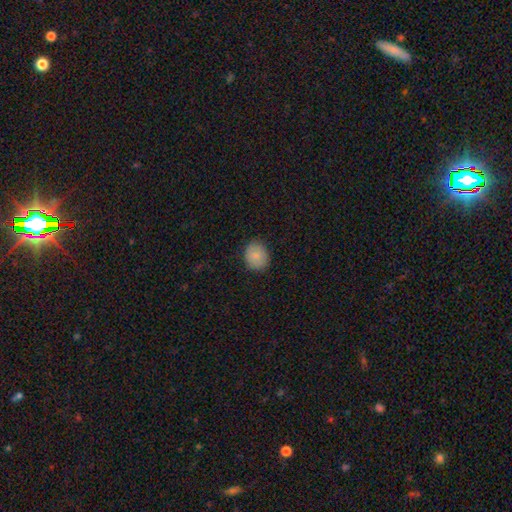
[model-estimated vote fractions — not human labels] This is clearly a smooth galaxy (85%). How rounded: likely round (65%). Merging: clearly none (86%).